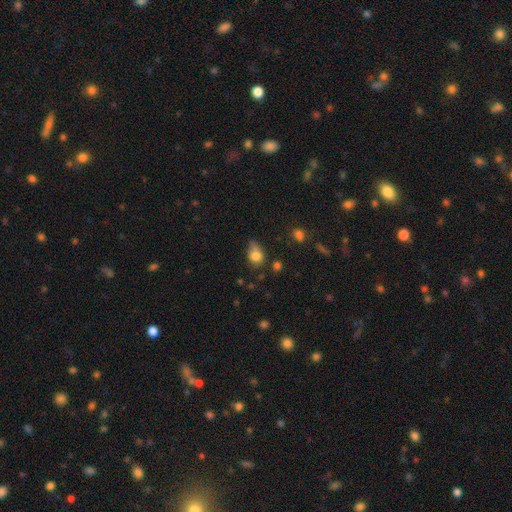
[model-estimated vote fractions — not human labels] Q: Smooth or featured?
A: smooth (78%); runner-up: featured or disk (11%)
Q: How rounded?
A: in between (54%); runner-up: round (44%)
Q: Merging?
A: minor disturbance (38%); runner-up: none (33%)